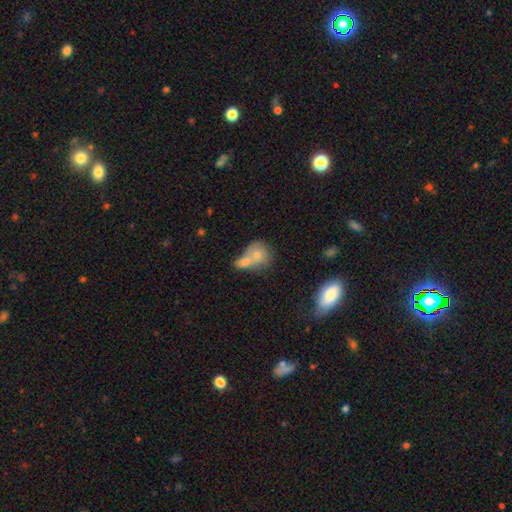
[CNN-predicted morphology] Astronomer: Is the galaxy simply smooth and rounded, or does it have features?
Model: smooth — 74%.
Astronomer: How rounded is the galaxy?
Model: round — 68%.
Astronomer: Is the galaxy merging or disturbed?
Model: merger — 64%.